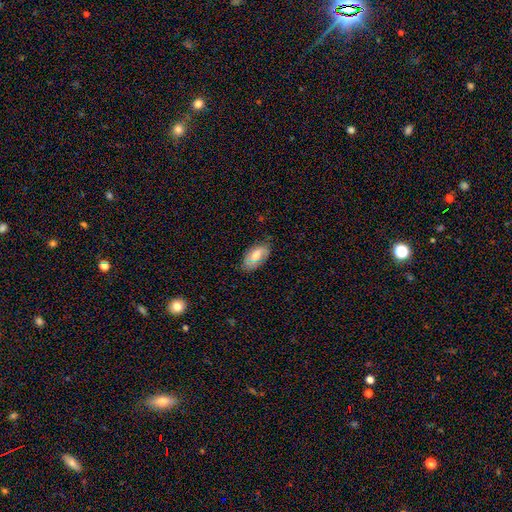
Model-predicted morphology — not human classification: smooth-or-featured: smooth: 53% | featured or disk: 40% | star or artifact: 7%
  how-rounded: in between: 93% | round: 4% | cigar-shaped: 3%
  merging: none: 73% | minor disturbance: 21% | major disturbance: 5% | merger: 1%